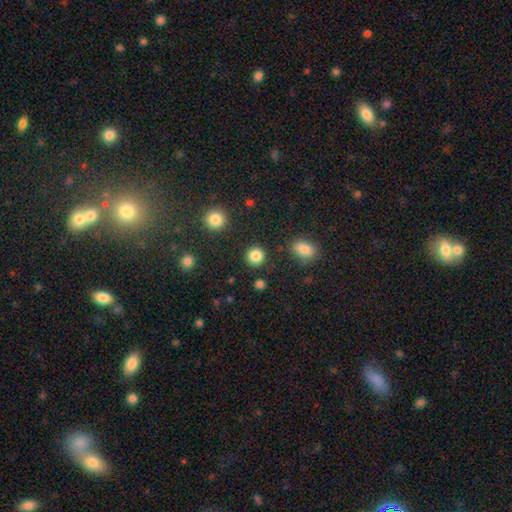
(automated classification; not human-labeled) The model was most divided on "smooth or featured": smooth: 86%, star or artifact: 10%, featured or disk: 4%. More confident: how rounded — round (92%); merging — none (90%).